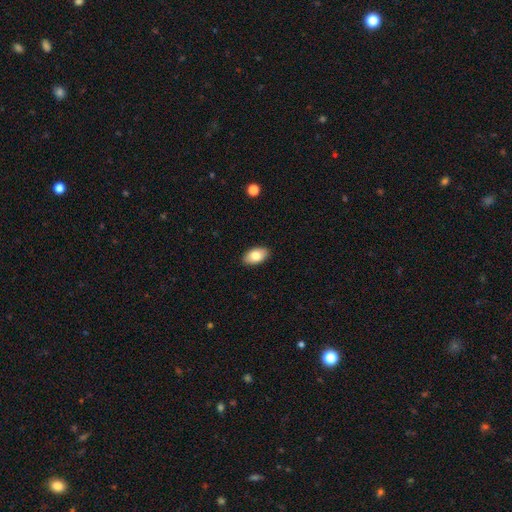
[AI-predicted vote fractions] A smooth galaxy with no disk features (82%) that is in between round and cigar-shaped (94%).

Vote fractions:
- Smooth or featured? smooth: 82% / featured or disk: 11% / star or artifact: 7%
- How rounded? in between: 94% / round: 5% / cigar-shaped: 2%
- Merging? none: 90% / minor disturbance: 8% / major disturbance: 2% / merger: 1%